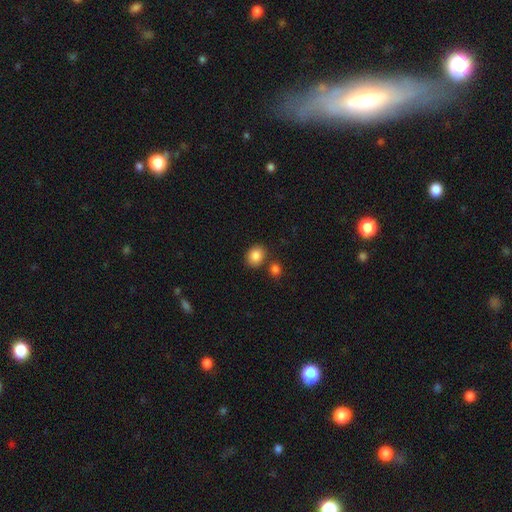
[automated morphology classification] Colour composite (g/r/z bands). It shows a smooth galaxy with no disk features (86%) that is round (53%). Merging: none (75%).